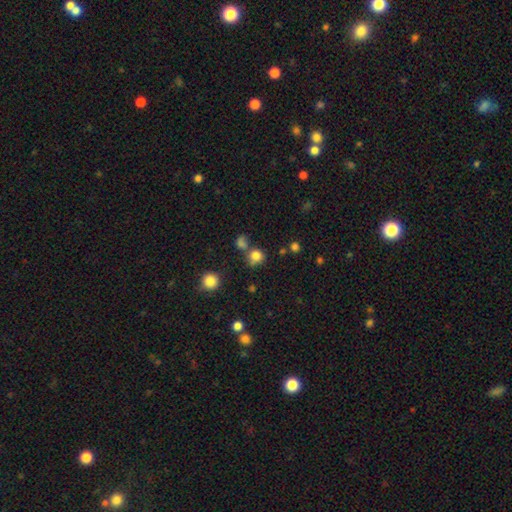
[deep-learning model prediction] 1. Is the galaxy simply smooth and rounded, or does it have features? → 79% smooth, 15% star or artifact, 6% featured or disk.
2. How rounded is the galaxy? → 86% round, 13% in between, 1% cigar-shaped.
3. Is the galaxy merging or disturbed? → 63% none, 21% merger, 11% minor disturbance, 5% major disturbance.